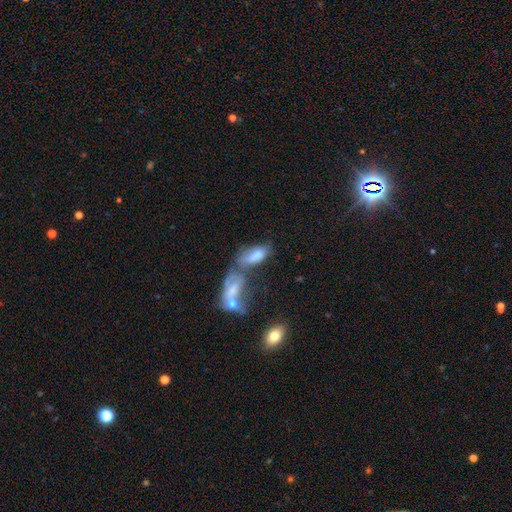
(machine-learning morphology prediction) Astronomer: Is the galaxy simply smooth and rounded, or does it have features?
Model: smooth — 68%.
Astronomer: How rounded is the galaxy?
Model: in between — 82%.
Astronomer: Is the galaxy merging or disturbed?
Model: merger — 55%.